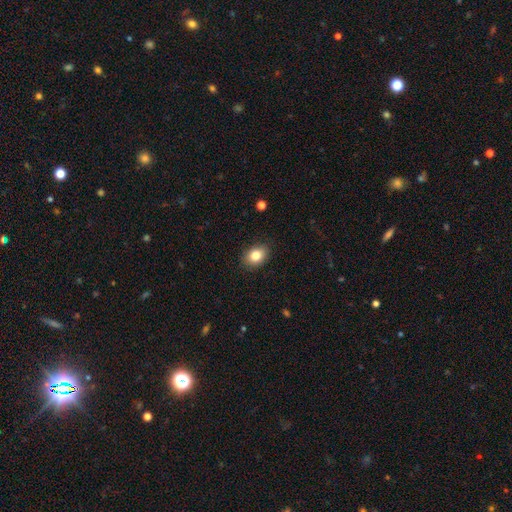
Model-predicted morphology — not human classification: A smooth galaxy with no disk features (83%) that is in between round and cigar-shaped (72%).

Vote fractions:
- Smooth or featured? smooth: 83% / star or artifact: 9% / featured or disk: 8%
- How rounded? in between: 72% / round: 27% / cigar-shaped: 1%
- Merging? none: 87% / minor disturbance: 10% / major disturbance: 2% / merger: 1%